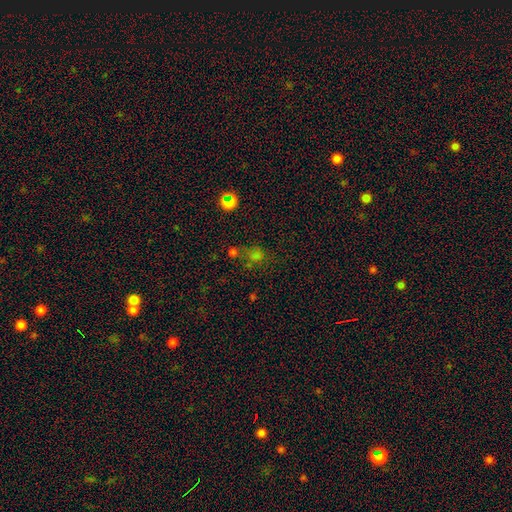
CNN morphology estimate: This appears to be a smooth galaxy with no disk features (49%). Merging: none (56%).